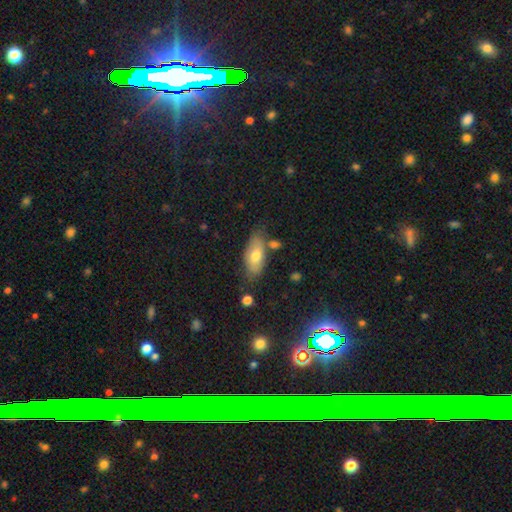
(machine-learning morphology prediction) smooth_or_featured: smooth (p=0.69) [alt: featured or disk p=0.23]
how_rounded: in between (p=0.86) [alt: cigar-shaped p=0.11]
merging: none (p=0.70) [alt: minor disturbance p=0.18]